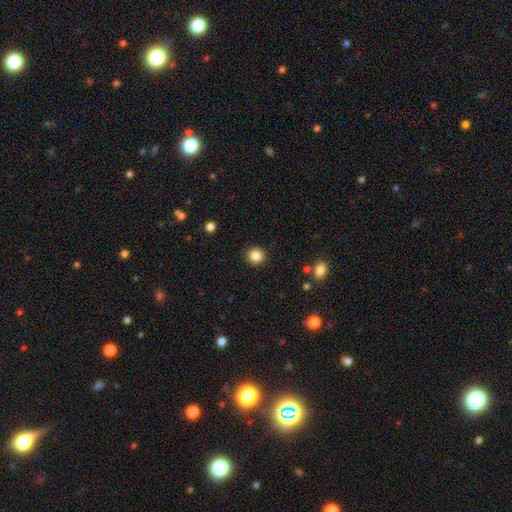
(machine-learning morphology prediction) Smooth or featured? smooth (86%)
How rounded? round (90%)
Merging? none (90%)